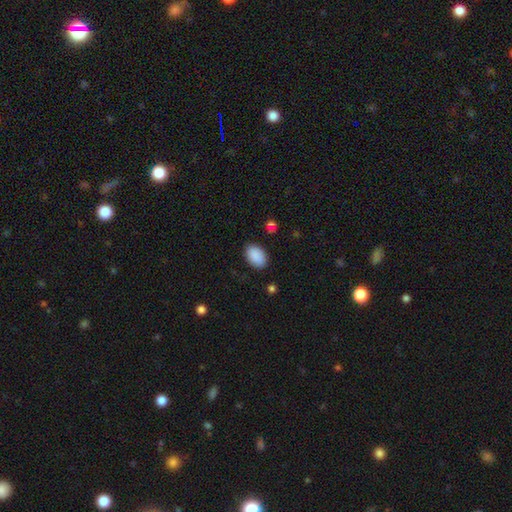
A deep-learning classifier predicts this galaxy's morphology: Smooth or featured? smooth (90%)
How rounded? in between (90%)
Merging? none (86%)